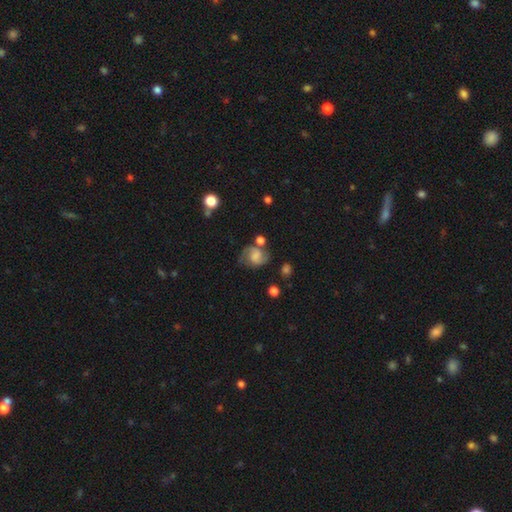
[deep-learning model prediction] A featured or disk galaxy (53%) with no bar (54%), spiral arms (86%) and no central bulge (32%). Merging: none (54%).